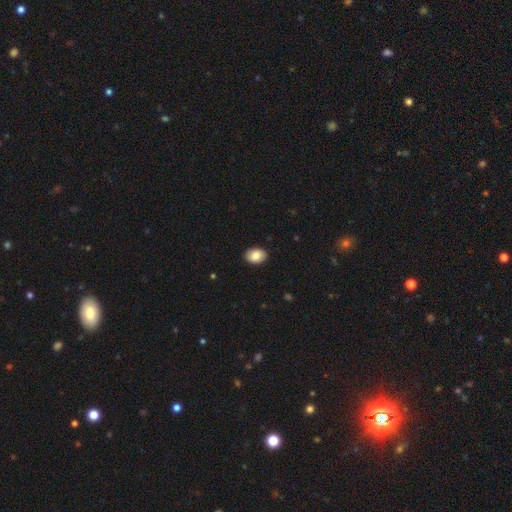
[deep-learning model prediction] Smooth or featured? smooth (86%)
How rounded? in between (78%)
Merging? none (90%)